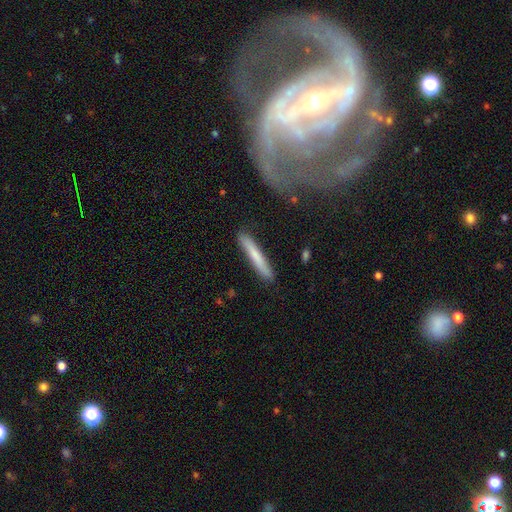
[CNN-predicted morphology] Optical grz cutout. It shows a smooth galaxy with no disk features (69%) that is cigar-shaped (95%). Merging: none (86%).